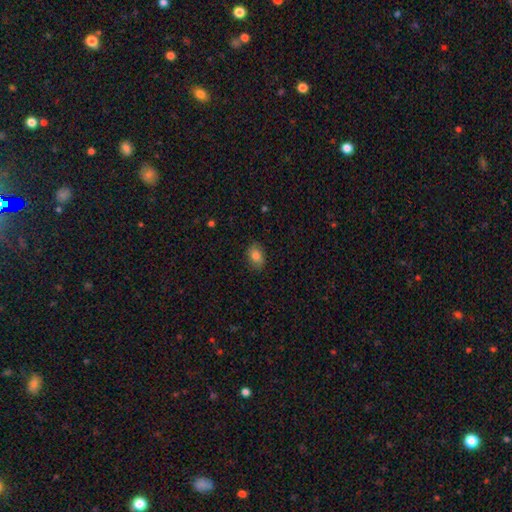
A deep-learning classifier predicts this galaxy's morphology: smooth 83%, star or artifact 9%, featured or disk 8%. Down the decision tree: how rounded — in between (81%); merging — none (82%).